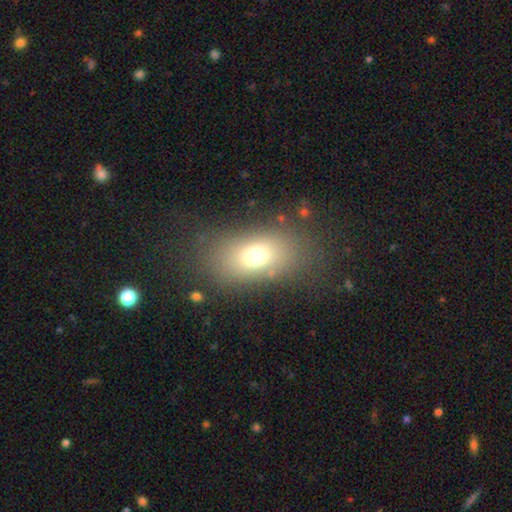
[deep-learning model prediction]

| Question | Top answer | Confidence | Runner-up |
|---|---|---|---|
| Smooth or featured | smooth | 70% | featured or disk (16%) |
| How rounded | in between | 80% | round (17%) |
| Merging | none | 79% | minor disturbance (12%) |